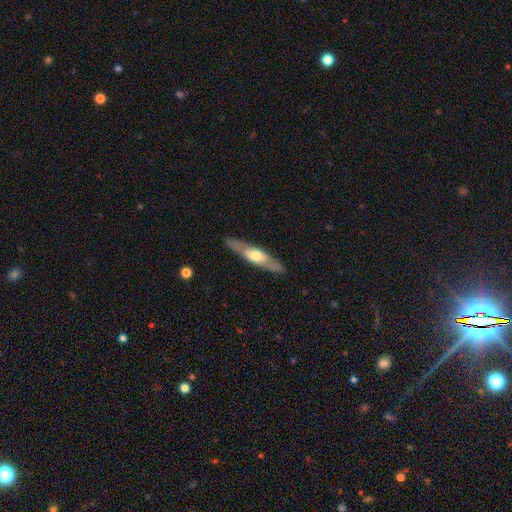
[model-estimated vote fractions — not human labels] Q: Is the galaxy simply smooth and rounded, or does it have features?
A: featured or disk — 55%.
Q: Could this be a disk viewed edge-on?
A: yes — 72%.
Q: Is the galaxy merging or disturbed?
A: none — 87%.